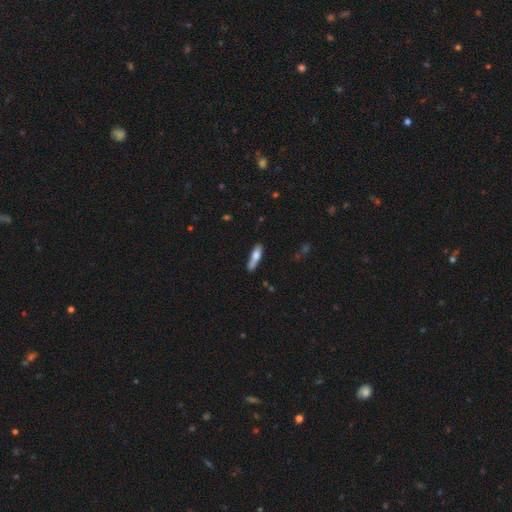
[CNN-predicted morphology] smooth 65%, featured or disk 29%, star or artifact 6%. Down the decision tree: how rounded — cigar-shaped (74%); merging — none (65%).